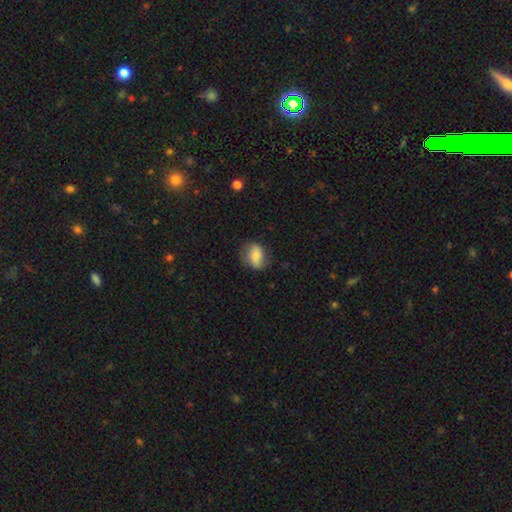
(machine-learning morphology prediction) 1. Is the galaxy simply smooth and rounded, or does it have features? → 70% smooth, 22% featured or disk, 8% star or artifact.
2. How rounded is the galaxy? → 70% in between, 29% round, 2% cigar-shaped.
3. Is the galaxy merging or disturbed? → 66% none, 24% minor disturbance, 9% major disturbance, 1% merger.